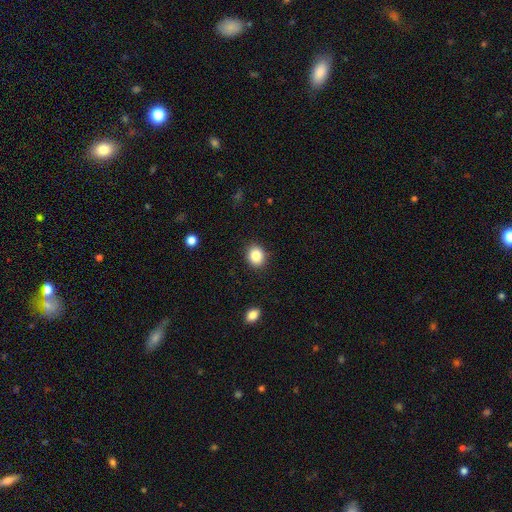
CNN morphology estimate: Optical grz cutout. It shows a smooth galaxy with no disk features (86%) that is round (63%). Merging: none (89%).